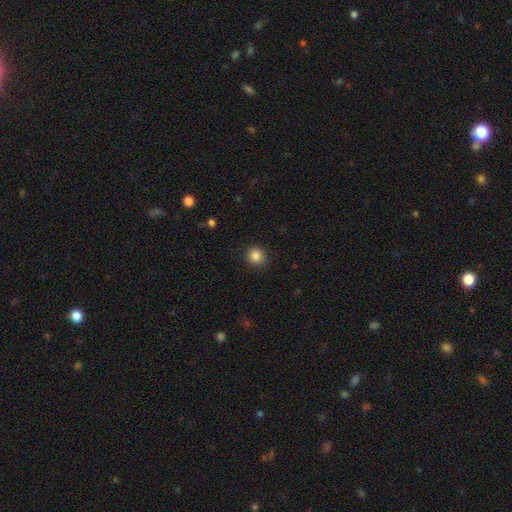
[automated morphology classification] Smooth or featured? smooth (85%)
How rounded? round (91%)
Merging? none (91%)